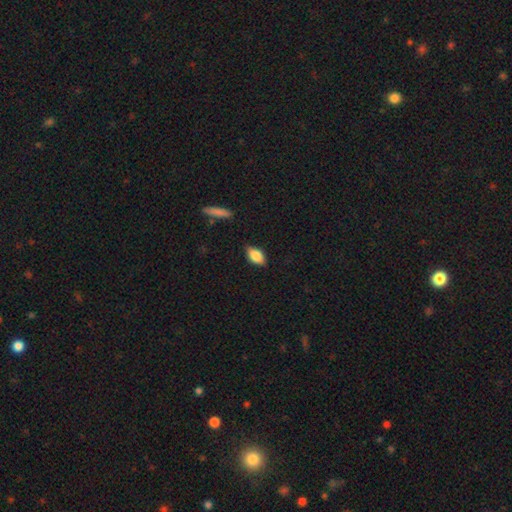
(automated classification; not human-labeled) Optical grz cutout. It shows a smooth galaxy with no disk features (78%) that is in between round and cigar-shaped (87%). Merging: none (82%).